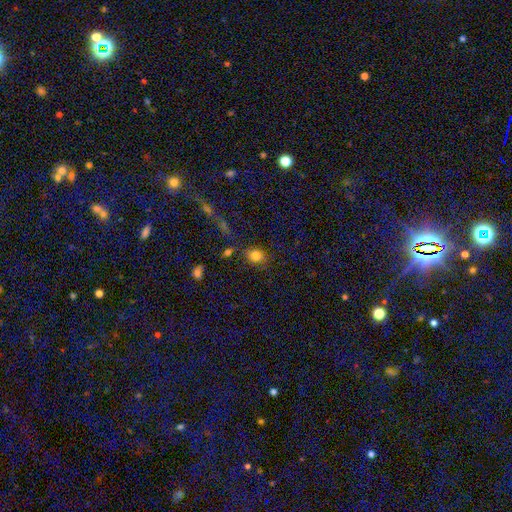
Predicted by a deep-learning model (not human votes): Smooth or featured? smooth (81%)
How rounded? round (53%)
Merging? none (74%)